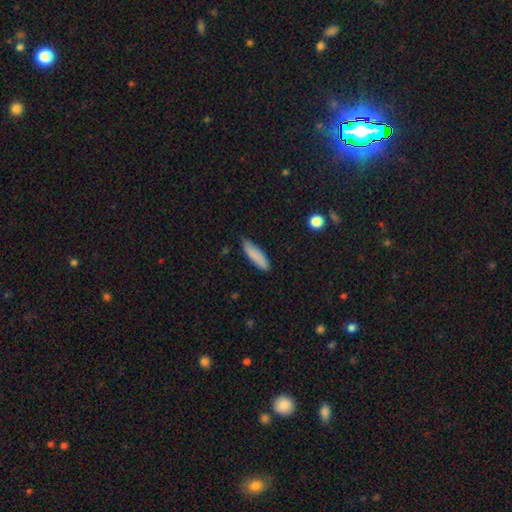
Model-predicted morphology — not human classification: Smooth or featured? smooth (86%)
How rounded? cigar-shaped (65%)
Merging? none (76%)